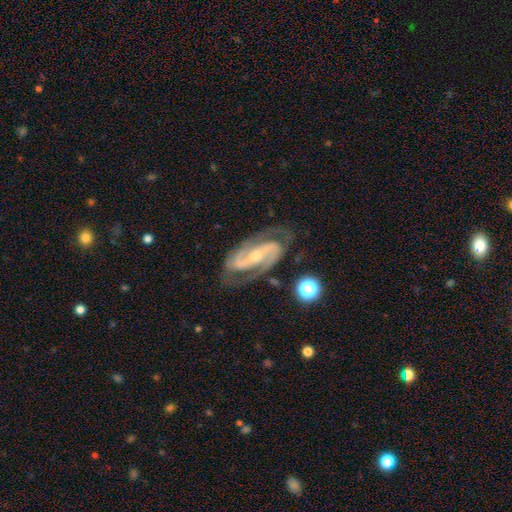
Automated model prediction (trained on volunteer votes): The model was most divided on "bar": strong: 38%, weak: 33%, no: 30%. More confident: spiral arms — yes (98%); edge-on disk — no (96%); smooth or featured — featured or disk (91%); spiral arm count — 2 (91%); merging — none (76%); bulge size — small (59%); spiral winding — medium (51%).